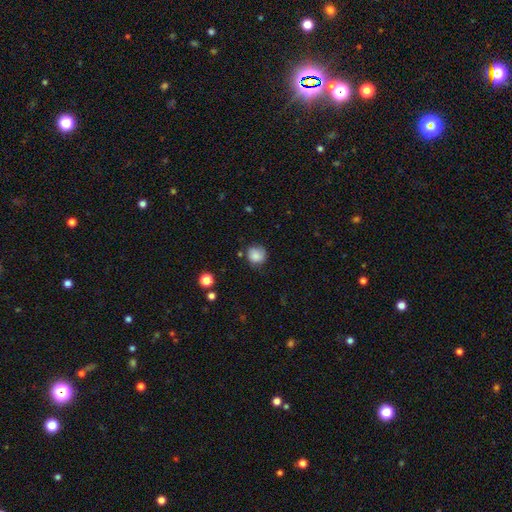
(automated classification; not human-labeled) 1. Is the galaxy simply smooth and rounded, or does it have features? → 81% smooth, 10% featured or disk, 9% star or artifact.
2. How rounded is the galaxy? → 86% round, 13% in between, 1% cigar-shaped.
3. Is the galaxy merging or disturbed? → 70% none, 22% minor disturbance, 6% major disturbance, 2% merger.